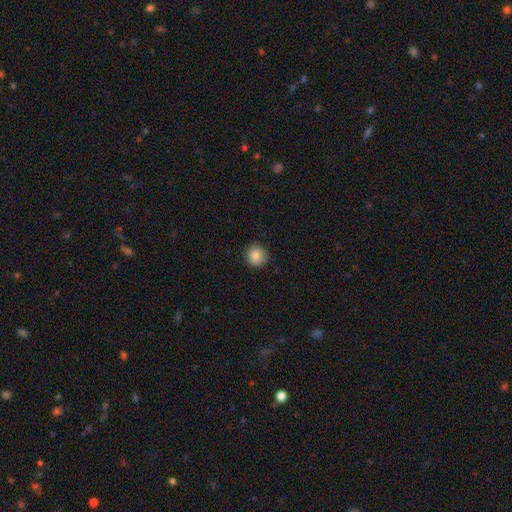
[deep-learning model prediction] Q: Smooth or featured?
A: smooth (85%); runner-up: star or artifact (10%)
Q: How rounded?
A: round (90%); runner-up: in between (9%)
Q: Merging?
A: none (89%); runner-up: minor disturbance (8%)